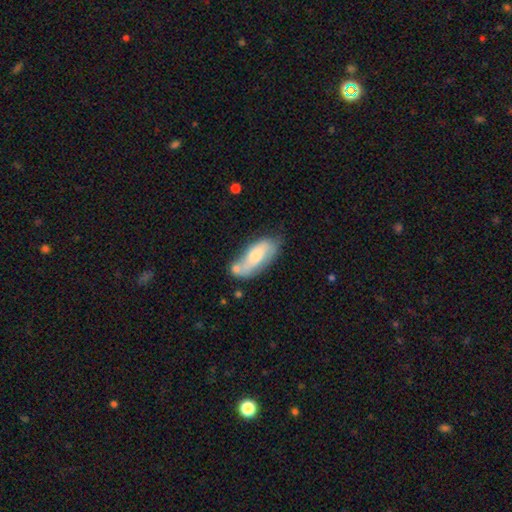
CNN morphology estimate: A smooth galaxy with no disk features (59%) that is in between round and cigar-shaped (77%).

Vote fractions:
- Smooth or featured? smooth: 59% / featured or disk: 35% / star or artifact: 6%
- How rounded? in between: 77% / cigar-shaped: 21% / round: 2%
- Merging? none: 42% / minor disturbance: 26% / merger: 21% / major disturbance: 11%